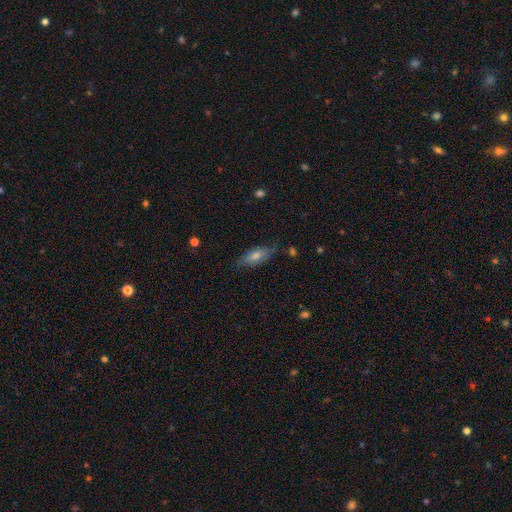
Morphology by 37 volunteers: Overall: featured or disk (54%; smooth 41%). Edge-on disk: no (70%; yes 30%). Bar: no (64%; weak 29%). Spiral arms: yes (64%; no 36%). Spiral arm count: can't tell (67%). Spiral winding: loose (44%; medium 33%). Bulge size: moderate (64%). Merging: none (80%).